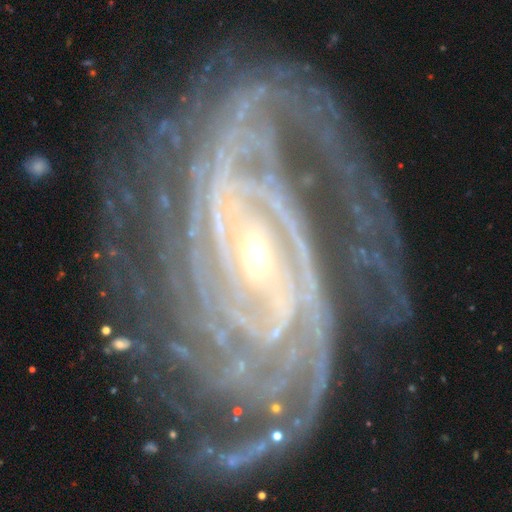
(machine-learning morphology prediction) Smooth or featured?
  - featured or disk: 92% *
  - star or artifact: 5%
  - smooth: 3%
Edge-on disk?
  - no: 96% *
  - yes: 4%
Bar?
  - no: 37% *
  - weak: 32%
  - strong: 31%
Spiral arms?
  - yes: 98% *
  - no: 2%
Spiral winding?
  - tight: 69% *
  - medium: 24%
  - loose: 7%
Spiral arm count?
  - can't tell: 20% *
  - 4: 18%
  - 2: 18%
  - more than 4: 17%
  - 3: 17%
  - 1: 11%
Bulge size?
  - small: 72% *
  - moderate: 24%
  - large: 2%
  - none: 1%
  - dominant: 1%
Merging?
  - none: 64% *
  - minor disturbance: 18%
  - major disturbance: 14%
  - merger: 3%